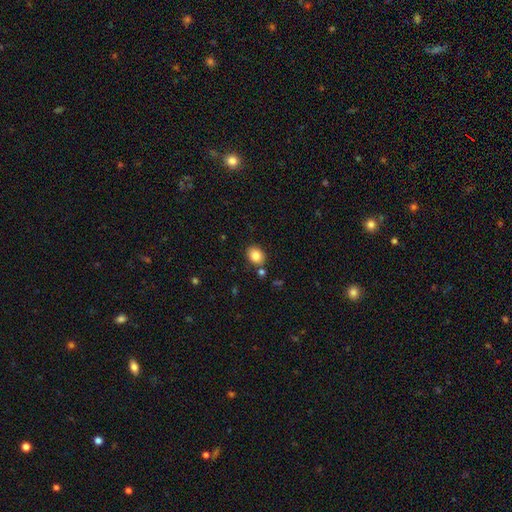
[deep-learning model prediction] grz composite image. It shows a smooth galaxy with no disk features (84%) that is round (50%). Merging: none (82%).